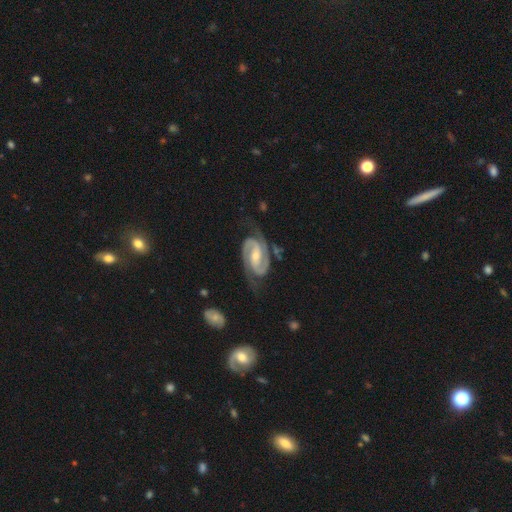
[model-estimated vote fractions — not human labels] Overall: featured or disk (93%). Edge-on disk: no (98%). Bar: strong (39%, tied with weak). Spiral arms: yes (99%). Spiral arm count: 2 (93%). Spiral winding: medium (46%, tied with tight). Bulge size: moderate (50%; small 45%). Merging: none (73%).